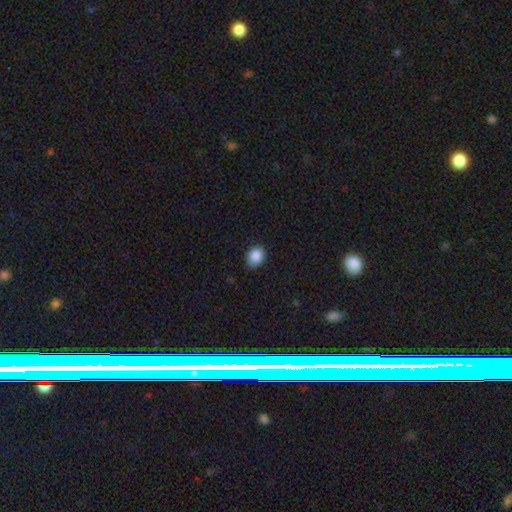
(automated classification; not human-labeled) Smooth or featured? Predicted: smooth (p=0.88). How rounded? Predicted: in between (p=0.54). Merging? Predicted: none (p=0.84).